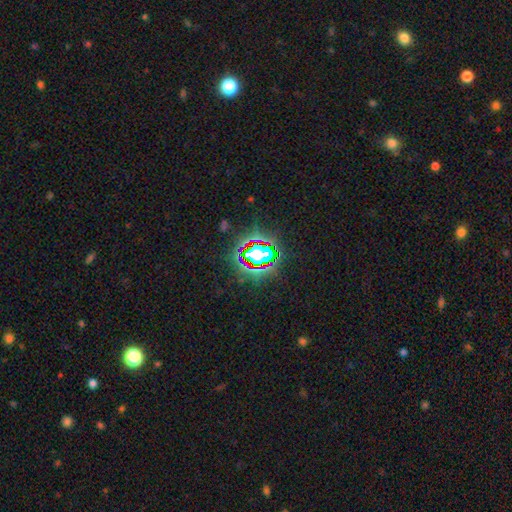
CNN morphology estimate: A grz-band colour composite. It shows a star or artifact, not a galaxy (68%).